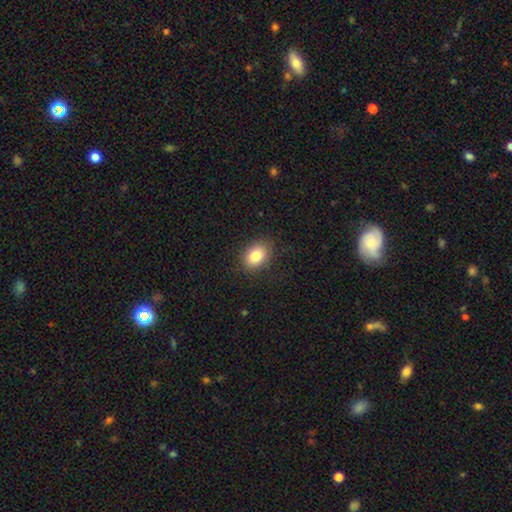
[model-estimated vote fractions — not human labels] A smooth galaxy with no disk features (81%) that is in between round and cigar-shaped (61%). Merging: none (87%).